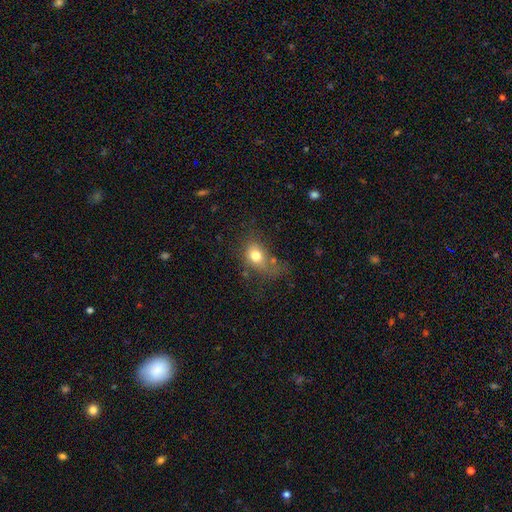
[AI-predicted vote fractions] Smooth or featured? smooth (75%)
How rounded? in between (57%)
Merging? none (45%)